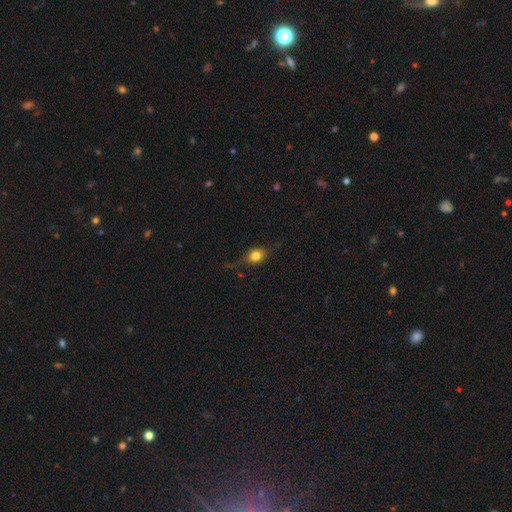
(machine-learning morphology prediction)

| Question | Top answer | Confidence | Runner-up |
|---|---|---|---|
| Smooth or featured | smooth | 76% | featured or disk (13%) |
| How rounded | round | 50% | in between (47%) |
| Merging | none | 61% | minor disturbance (24%) |